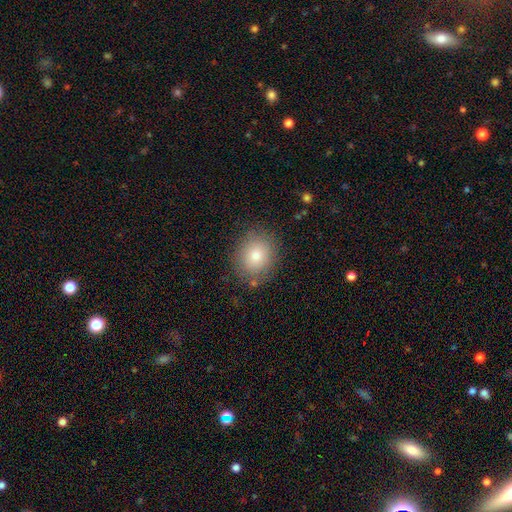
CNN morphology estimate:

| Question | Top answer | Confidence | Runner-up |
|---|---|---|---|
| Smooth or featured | smooth | 79% | featured or disk (11%) |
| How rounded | round | 68% | in between (31%) |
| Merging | none | 84% | minor disturbance (11%) |